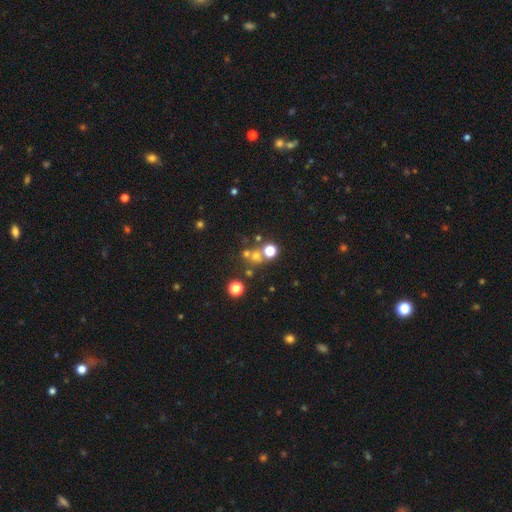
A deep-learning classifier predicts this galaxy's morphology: Smooth or featured?
  - smooth: 48% *
  - star or artifact: 36%
  - featured or disk: 16%
Merging?
  - none: 56% *
  - merger: 31%
  - minor disturbance: 8%
  - major disturbance: 5%